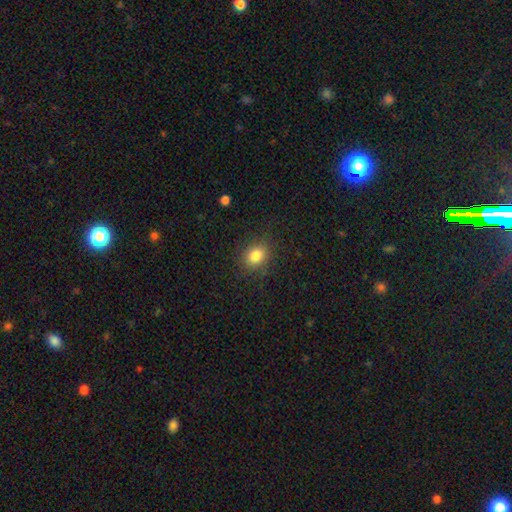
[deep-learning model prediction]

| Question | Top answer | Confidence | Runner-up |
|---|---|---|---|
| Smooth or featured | smooth | 83% | star or artifact (11%) |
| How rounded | round | 55% | in between (44%) |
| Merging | none | 84% | minor disturbance (11%) |